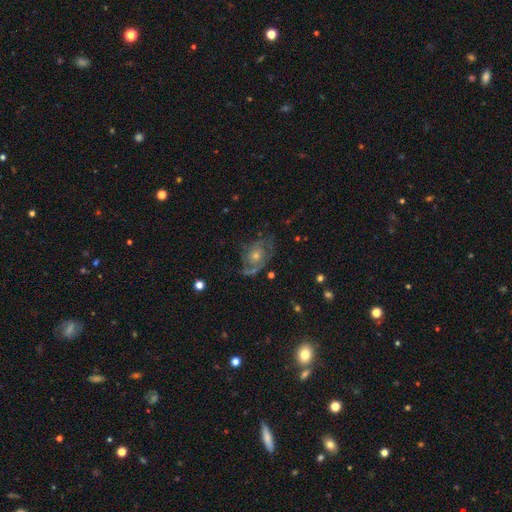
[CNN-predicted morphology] Q: Smooth or featured?
A: featured or disk (71%); runner-up: smooth (16%)
Q: Edge-on disk?
A: no (96%); runner-up: yes (4%)
Q: Bar?
A: no (80%); runner-up: weak (17%)
Q: Spiral arms?
A: yes (82%); runner-up: no (18%)
Q: Spiral winding?
A: tight (42%); runner-up: medium (39%)
Q: Spiral arm count?
A: 2 (37%); runner-up: can't tell (30%)
Q: Bulge size?
A: small (48%); runner-up: moderate (45%)
Q: Merging?
A: none (60%); runner-up: minor disturbance (21%)